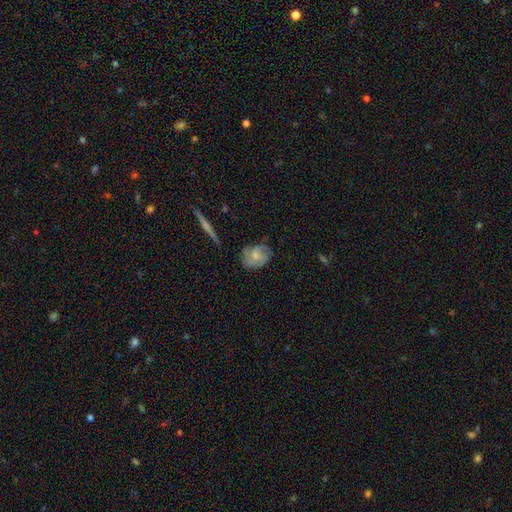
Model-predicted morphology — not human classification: smooth-or-featured: featured or disk: 52% | smooth: 40% | star or artifact: 7%
  disk-edge-on: no: 95% | yes: 5%
  merging: none: 65% | minor disturbance: 25% | major disturbance: 8% | merger: 2%